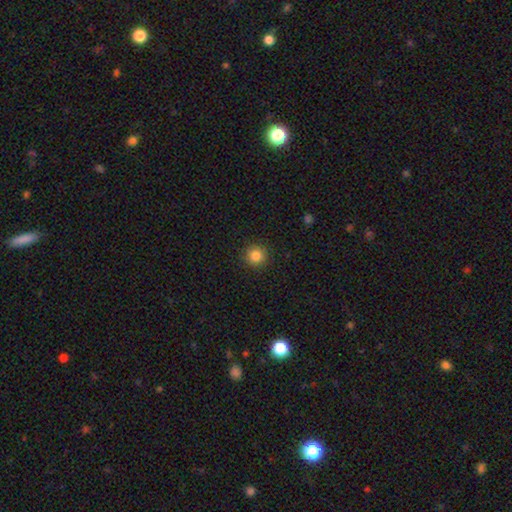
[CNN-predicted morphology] The model was most divided on "smooth or featured": smooth: 85%, star or artifact: 11%, featured or disk: 4%. More confident: how rounded — round (94%); merging — none (91%).